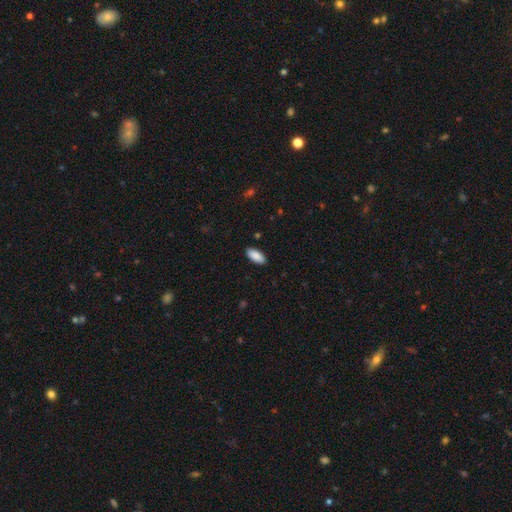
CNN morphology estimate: Smooth or featured?
  - smooth: 89% *
  - star or artifact: 6%
  - featured or disk: 5%
How rounded?
  - in between: 89% *
  - cigar-shaped: 9%
  - round: 2%
Merging?
  - none: 89% *
  - minor disturbance: 8%
  - major disturbance: 2%
  - merger: 1%